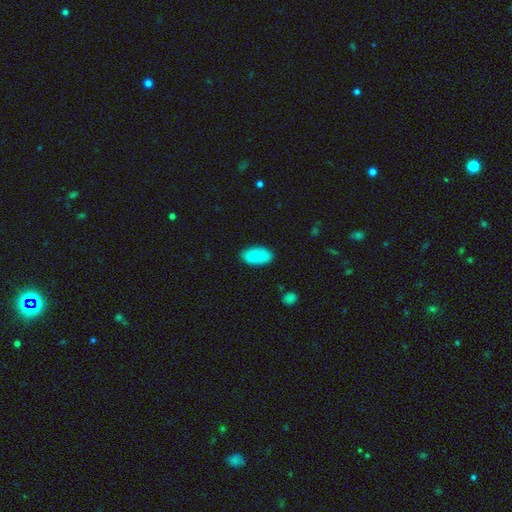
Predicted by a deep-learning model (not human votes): This appears to be a smooth galaxy with no disk features (79%) that is in between round and cigar-shaped (94%). Merging: none (76%).